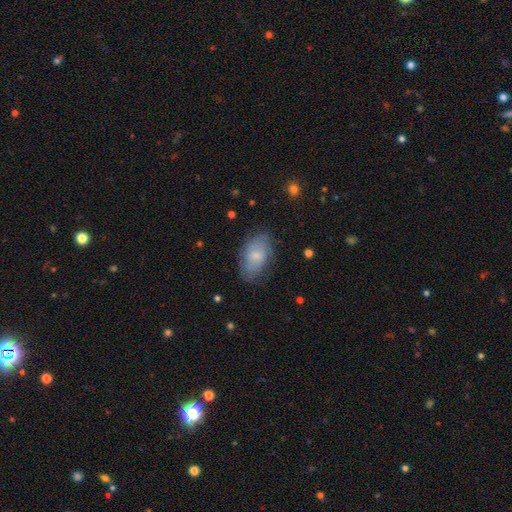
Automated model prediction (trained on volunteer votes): Overall: smooth (59%; featured or disk 34%). How rounded: in between (92%). Merging: none (72%).